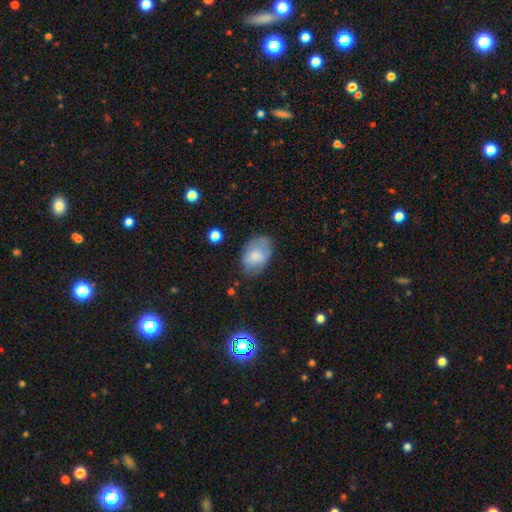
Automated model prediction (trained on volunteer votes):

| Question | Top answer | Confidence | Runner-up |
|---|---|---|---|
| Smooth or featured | smooth | 70% | featured or disk (22%) |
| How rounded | in between | 87% | round (12%) |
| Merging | none | 63% | minor disturbance (26%) |